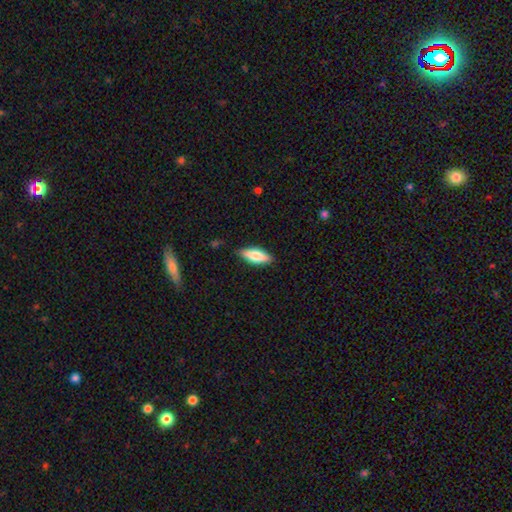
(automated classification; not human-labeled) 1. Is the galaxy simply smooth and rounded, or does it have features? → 75% smooth, 19% featured or disk, 6% star or artifact.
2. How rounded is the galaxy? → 65% in between, 33% cigar-shaped, 2% round.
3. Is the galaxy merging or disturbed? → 85% none, 12% minor disturbance, 2% major disturbance, 1% merger.